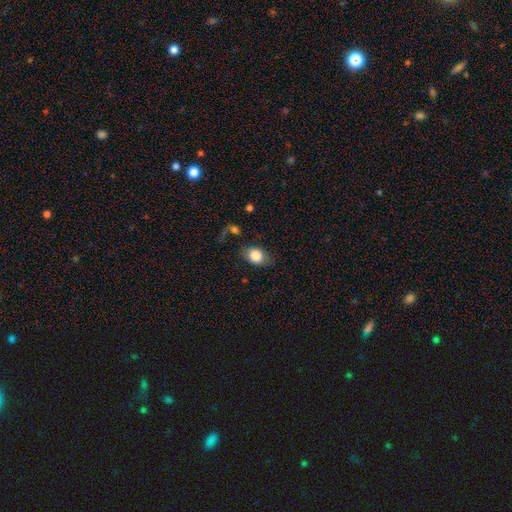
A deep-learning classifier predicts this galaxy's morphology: Smooth or featured?
  - smooth: 81% *
  - featured or disk: 11%
  - star or artifact: 8%
How rounded?
  - in between: 69% *
  - round: 30%
  - cigar-shaped: 2%
Merging?
  - none: 68% *
  - minor disturbance: 18%
  - major disturbance: 9%
  - merger: 5%